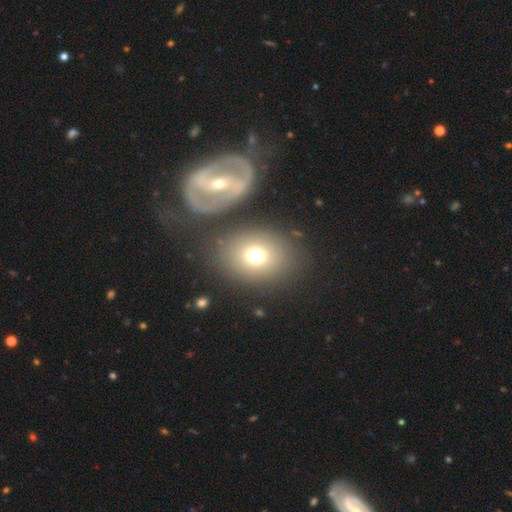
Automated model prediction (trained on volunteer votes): smooth 71%, featured or disk 17%, star or artifact 13%. Down the decision tree: how rounded — in between (50%); merging — none (73%).